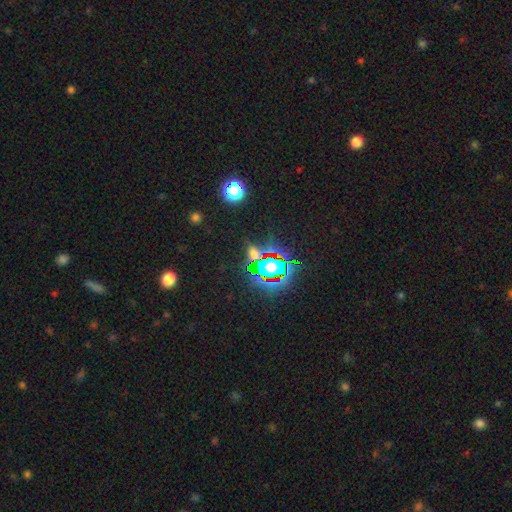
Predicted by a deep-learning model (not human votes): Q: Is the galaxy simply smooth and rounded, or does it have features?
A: star or artifact — 69%.